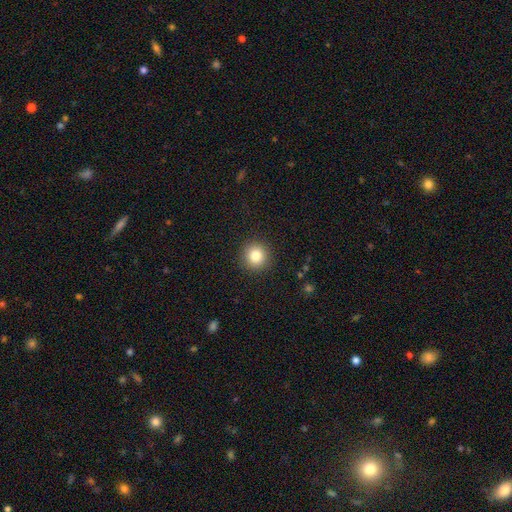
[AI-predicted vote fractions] Smooth or featured? smooth (83%)
How rounded? round (94%)
Merging? none (91%)